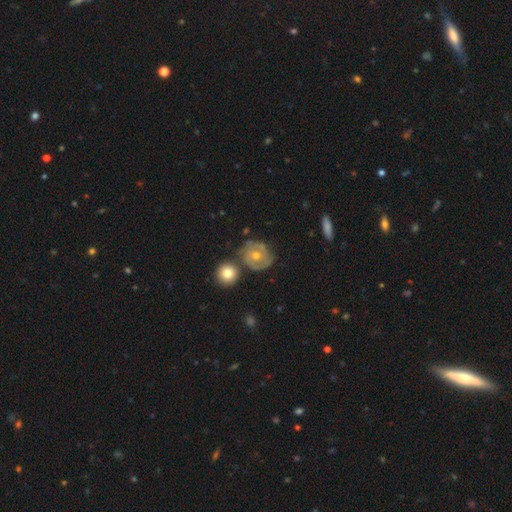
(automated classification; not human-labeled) This appears to be a featured or disk galaxy (67%) with no bar (75%), spiral arms (76%) and a moderate central bulge (67%). Merging: none (70%).